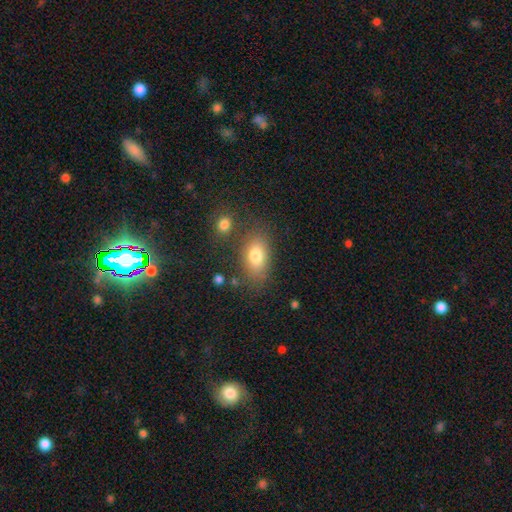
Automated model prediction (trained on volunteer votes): The model was most divided on "merging": none: 75%, minor disturbance: 14%, merger: 7%, major disturbance: 5%. More confident: how rounded — in between (87%); smooth or featured — smooth (79%).